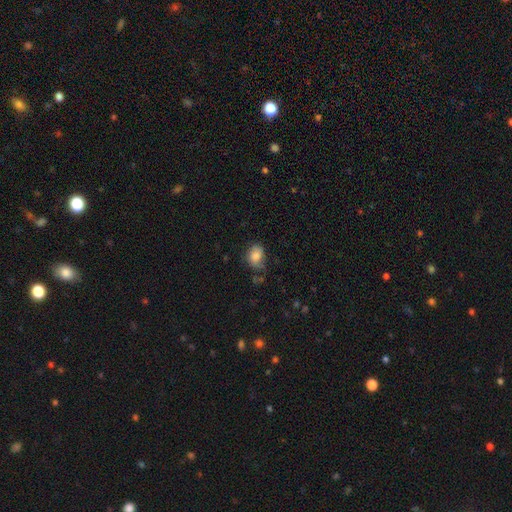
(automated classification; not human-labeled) Smooth or featured? Predicted: smooth (p=0.81). How rounded? Predicted: in between (p=0.70). Merging? Predicted: none (p=0.54).